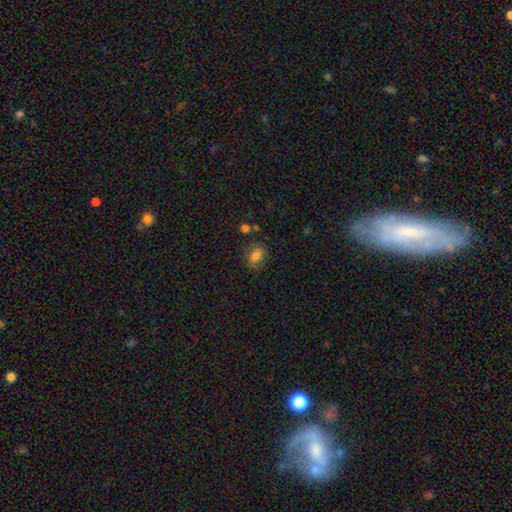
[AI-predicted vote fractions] Q: Smooth or featured?
A: smooth (71%); runner-up: featured or disk (19%)
Q: How rounded?
A: in between (78%); runner-up: round (20%)
Q: Merging?
A: none (68%); runner-up: minor disturbance (20%)